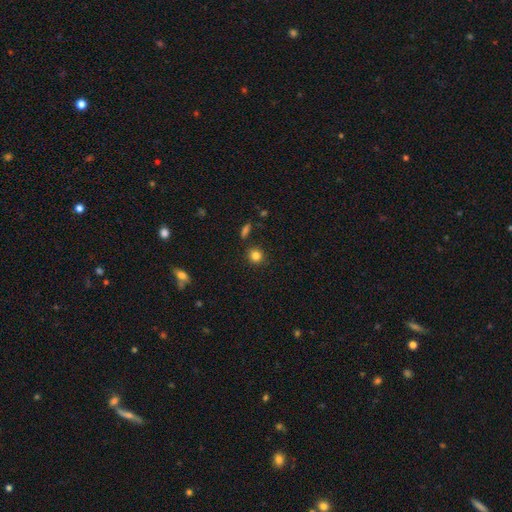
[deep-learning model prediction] smooth-or-featured: smooth: 83% | star or artifact: 12% | featured or disk: 6%
  how-rounded: round: 86% | in between: 13% | cigar-shaped: 1%
  merging: none: 87% | minor disturbance: 8% | merger: 3% | major disturbance: 2%